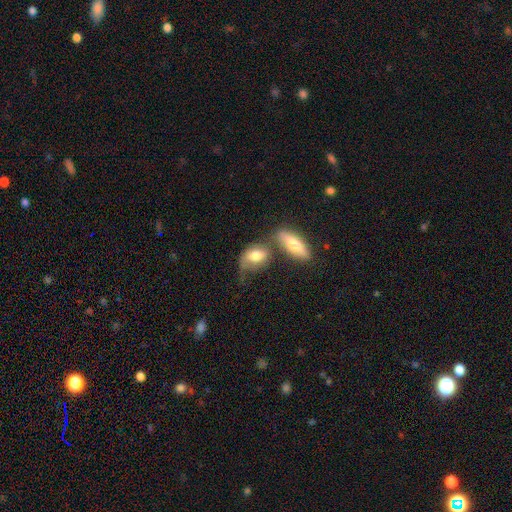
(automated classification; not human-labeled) A smooth galaxy with no disk features (70%) that is in between round and cigar-shaped (80%). Merging: merger (38%).